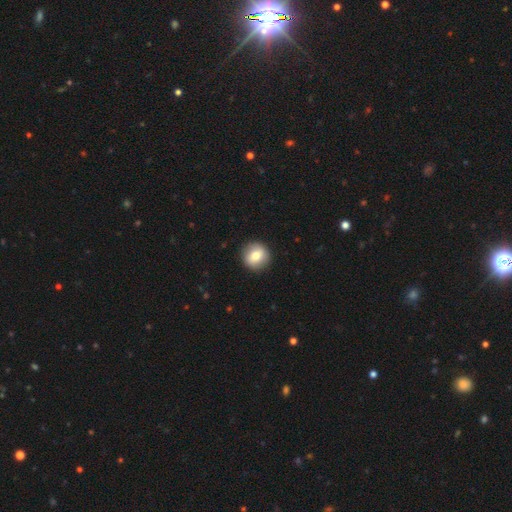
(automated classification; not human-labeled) This appears to be a smooth galaxy with no disk features (74%) that is round (93%). Merging: none (91%).